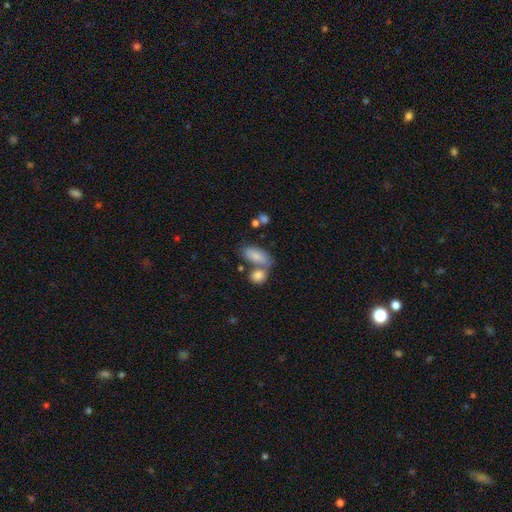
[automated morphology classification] Smooth or featured?
  - smooth: 82% *
  - featured or disk: 11%
  - star or artifact: 7%
How rounded?
  - in between: 89% *
  - cigar-shaped: 6%
  - round: 4%
Merging?
  - none: 43% *
  - merger: 39%
  - minor disturbance: 13%
  - major disturbance: 5%